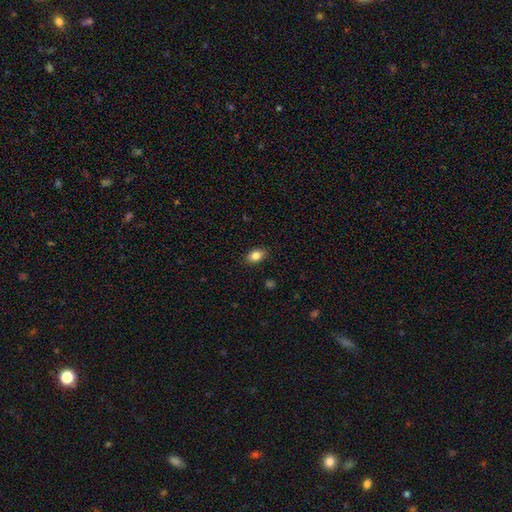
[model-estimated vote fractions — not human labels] Q: Smooth or featured?
A: smooth (83%); runner-up: star or artifact (9%)
Q: How rounded?
A: in between (82%); runner-up: round (16%)
Q: Merging?
A: none (88%); runner-up: minor disturbance (9%)